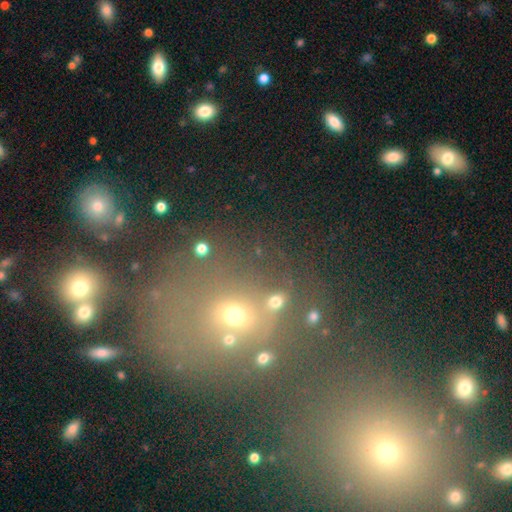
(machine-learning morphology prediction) The model was most divided on "smooth or featured": smooth: 45%, star or artifact: 40%, featured or disk: 15%. More confident: merging — none (57%).